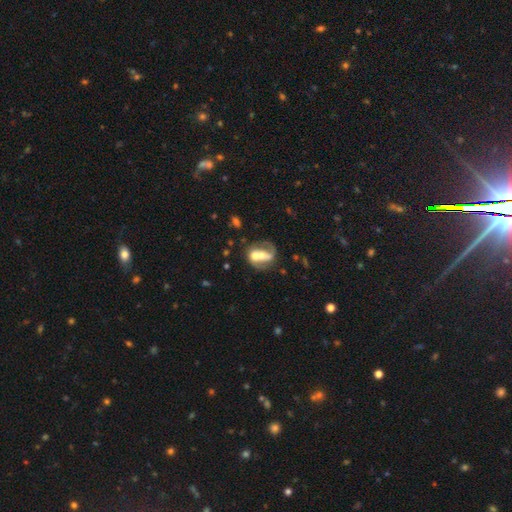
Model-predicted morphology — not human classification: type=featured or disk (61%); edge-on=no (96%); bar=no (50%); spiral arms=yes (65%); bulge=moderate (48%); merging=merger (46%).